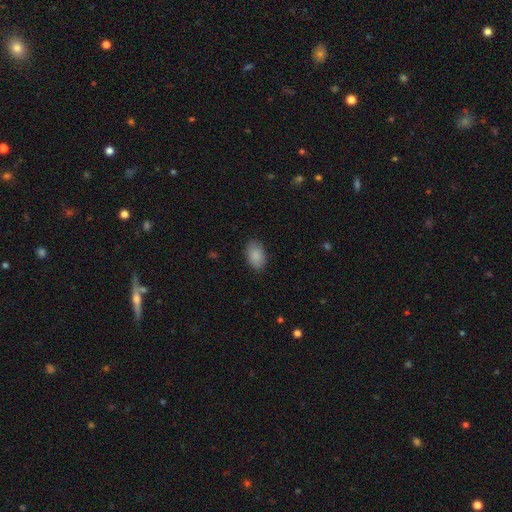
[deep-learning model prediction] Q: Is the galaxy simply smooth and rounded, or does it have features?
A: smooth — 88%.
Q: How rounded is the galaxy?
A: in between — 90%.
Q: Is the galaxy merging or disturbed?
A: none — 85%.